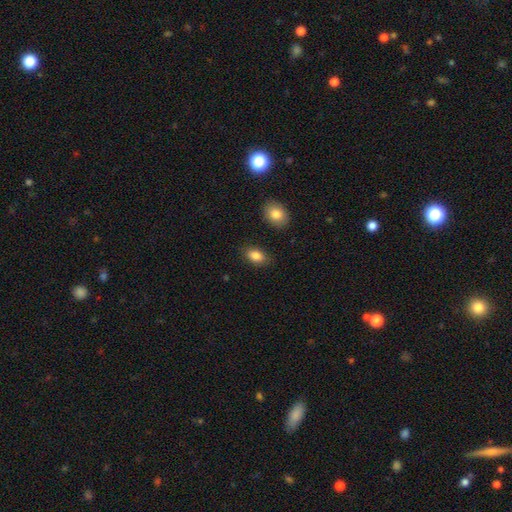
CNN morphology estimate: Smooth or featured?
  - smooth: 86% *
  - star or artifact: 8%
  - featured or disk: 6%
How rounded?
  - in between: 89% *
  - round: 9%
  - cigar-shaped: 2%
Merging?
  - none: 85% *
  - minor disturbance: 11%
  - major disturbance: 2%
  - merger: 2%